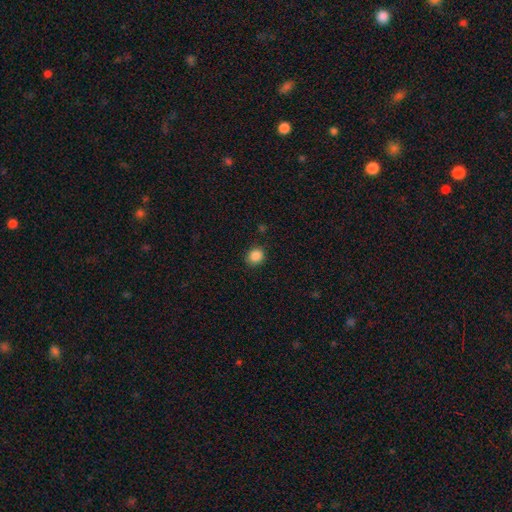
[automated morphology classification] Overall: smooth (87%). How rounded: round (76%). Merging: none (87%).